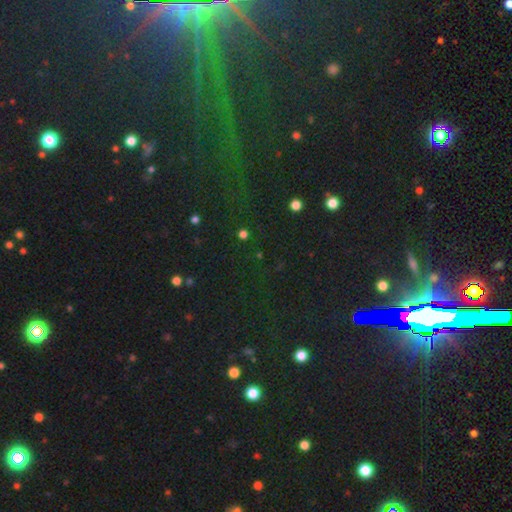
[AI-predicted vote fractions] Overall: star or artifact (82%).